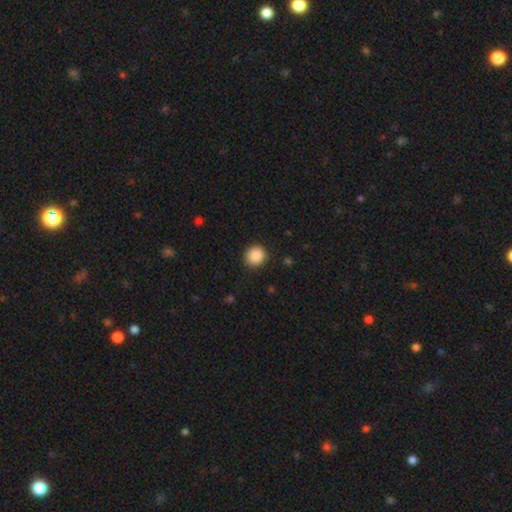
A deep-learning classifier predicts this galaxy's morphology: smooth-or-featured: smooth: 89% | star or artifact: 9% | featured or disk: 3%
  how-rounded: round: 93% | in between: 6% | cigar-shaped: 1%
  merging: none: 90% | minor disturbance: 6% | major disturbance: 2% | merger: 1%